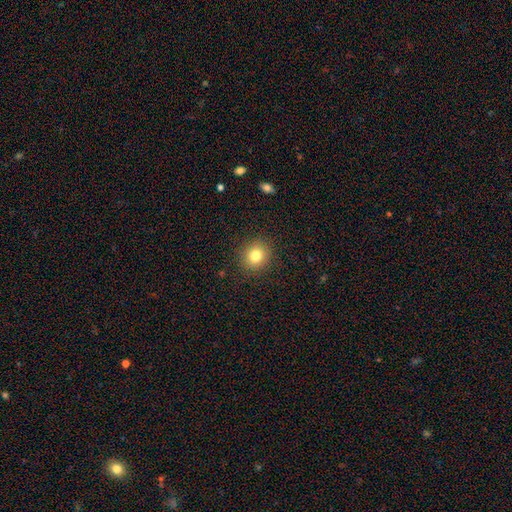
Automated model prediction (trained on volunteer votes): smooth_or_featured: smooth (p=0.80) [alt: star or artifact p=0.12]
how_rounded: round (p=0.80) [alt: in between p=0.20]
merging: none (p=0.90) [alt: minor disturbance p=0.07]